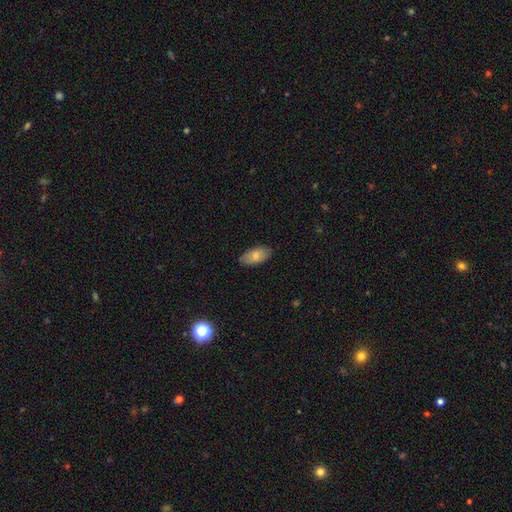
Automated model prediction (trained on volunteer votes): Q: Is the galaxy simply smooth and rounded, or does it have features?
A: smooth — 75%.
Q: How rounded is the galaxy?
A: in between — 93%.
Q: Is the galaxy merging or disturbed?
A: none — 83%.